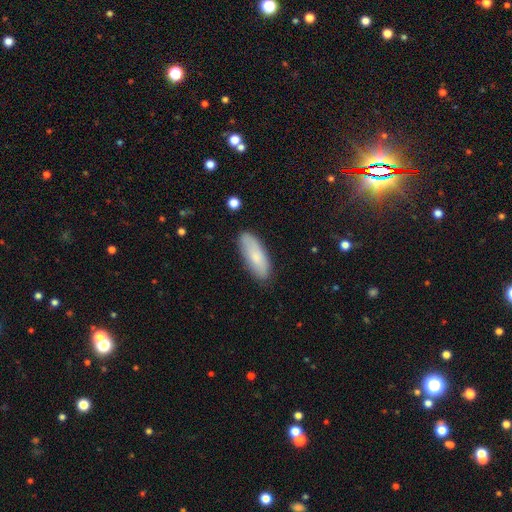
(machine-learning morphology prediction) smooth_or_featured: smooth (p=0.77) [alt: featured or disk p=0.16]
how_rounded: in between (p=0.71) [alt: cigar-shaped p=0.27]
merging: none (p=0.83) [alt: minor disturbance p=0.13]